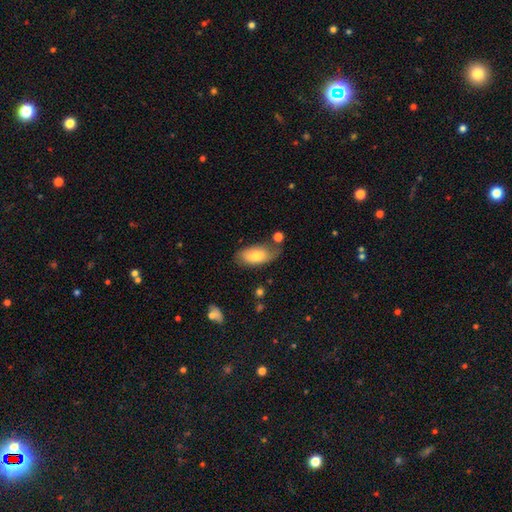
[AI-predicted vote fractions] A smooth galaxy with no disk features (77%) that is in between round and cigar-shaped (92%).

Vote fractions:
- Smooth or featured? smooth: 77% / featured or disk: 17% / star or artifact: 6%
- How rounded? in between: 92% / cigar-shaped: 6% / round: 3%
- Merging? none: 55% / minor disturbance: 27% / major disturbance: 9% / merger: 8%